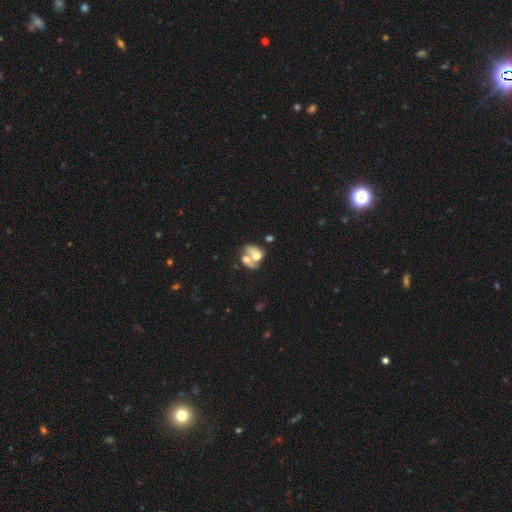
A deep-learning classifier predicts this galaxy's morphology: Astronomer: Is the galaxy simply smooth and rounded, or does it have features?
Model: smooth — 46% (runner-up: featured or disk, 45%).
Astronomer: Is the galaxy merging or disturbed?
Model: merger — 69%.